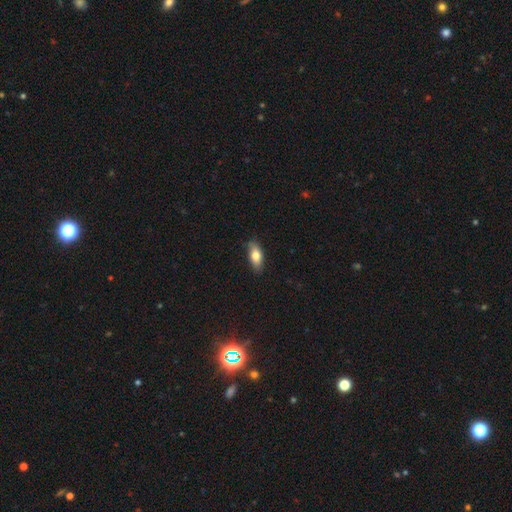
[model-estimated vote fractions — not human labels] Smooth or featured? smooth (76%)
How rounded? in between (80%)
Merging? none (82%)